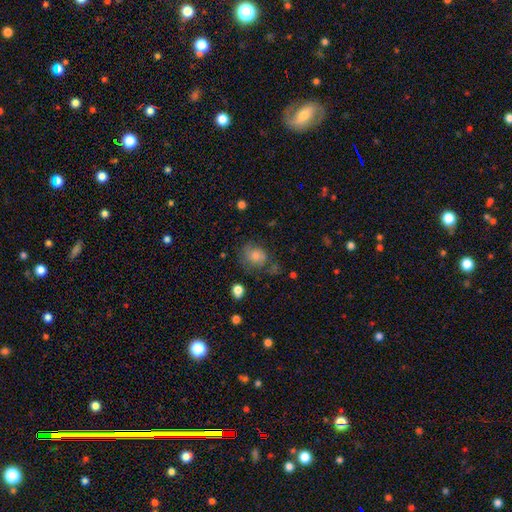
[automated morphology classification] Smooth or featured?
  - smooth: 62% *
  - featured or disk: 22%
  - star or artifact: 16%
How rounded?
  - round: 64% *
  - in between: 34%
  - cigar-shaped: 1%
Merging?
  - none: 60% *
  - minor disturbance: 23%
  - major disturbance: 12%
  - merger: 4%